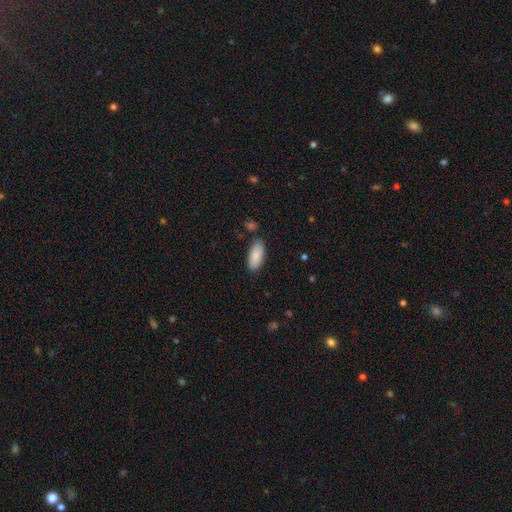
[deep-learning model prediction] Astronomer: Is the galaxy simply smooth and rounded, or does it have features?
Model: smooth — 88%.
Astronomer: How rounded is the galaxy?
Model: in between — 89%.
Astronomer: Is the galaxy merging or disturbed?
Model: none — 83%.